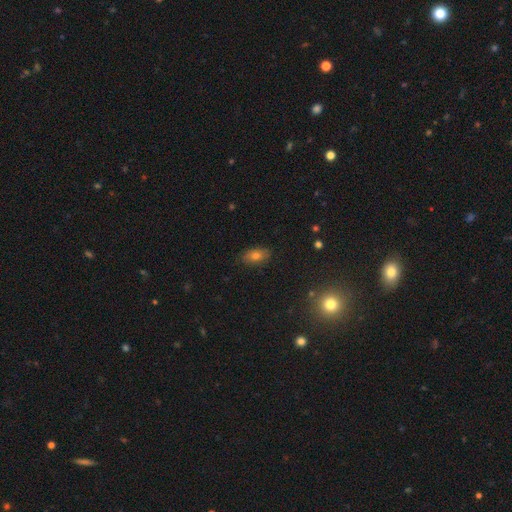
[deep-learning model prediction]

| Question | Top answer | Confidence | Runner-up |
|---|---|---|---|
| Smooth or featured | smooth | 67% | star or artifact (17%) |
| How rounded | in between | 87% | round (9%) |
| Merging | none | 84% | minor disturbance (12%) |